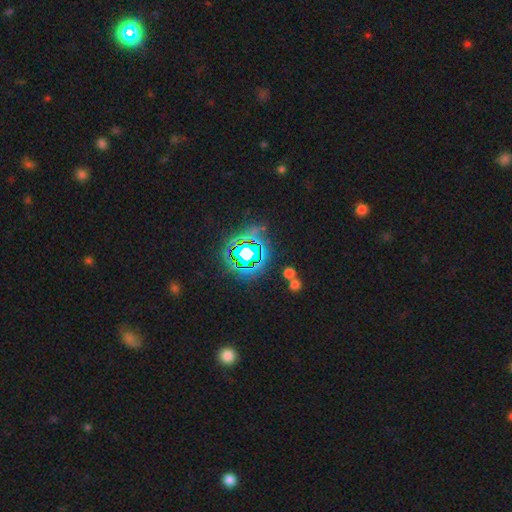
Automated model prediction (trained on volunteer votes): Smooth or featured?
  - star or artifact: 79% *
  - smooth: 13%
  - featured or disk: 8%